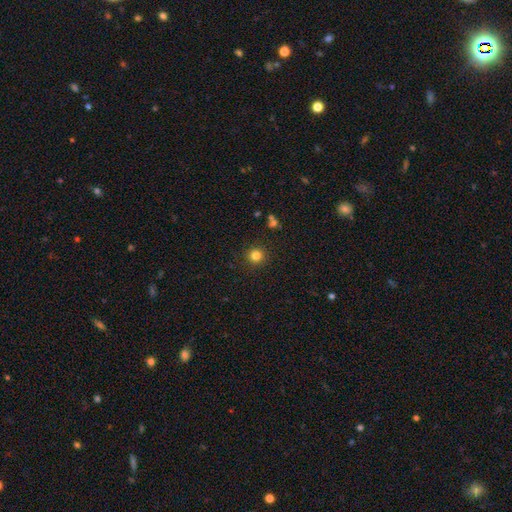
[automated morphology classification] smooth_or_featured: smooth (p=0.81) [alt: star or artifact p=0.13]
how_rounded: round (p=0.95) [alt: in between p=0.04]
merging: none (p=0.91) [alt: minor disturbance p=0.05]